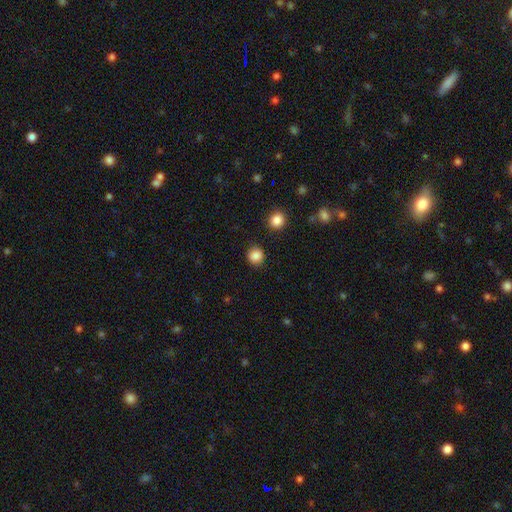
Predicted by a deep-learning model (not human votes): This is clearly a smooth galaxy (86%). How rounded: clearly round (91%). Merging: clearly none (90%).